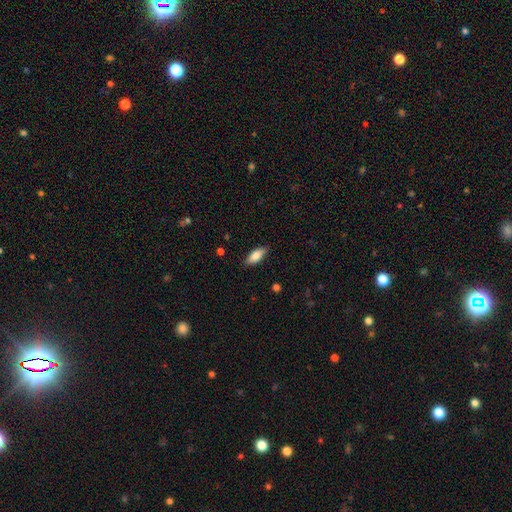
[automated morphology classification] The model was most divided on "how rounded": in between: 76%, cigar-shaped: 21%, round: 2%. More confident: merging — none (85%); smooth or featured — smooth (78%).